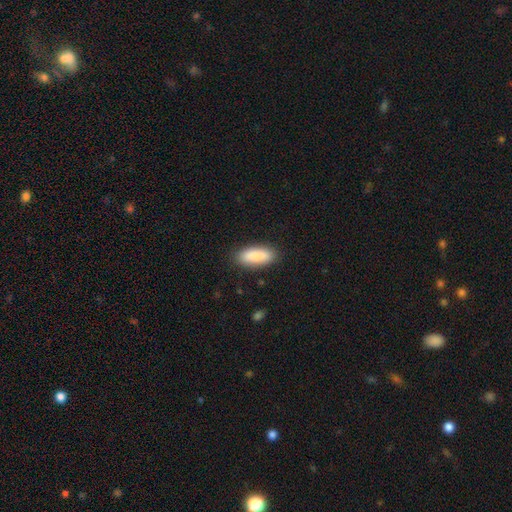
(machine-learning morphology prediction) smooth-or-featured: smooth: 89% | star or artifact: 6% | featured or disk: 5%
  how-rounded: in between: 71% | cigar-shaped: 27% | round: 2%
  merging: none: 87% | minor disturbance: 9% | major disturbance: 2% | merger: 1%